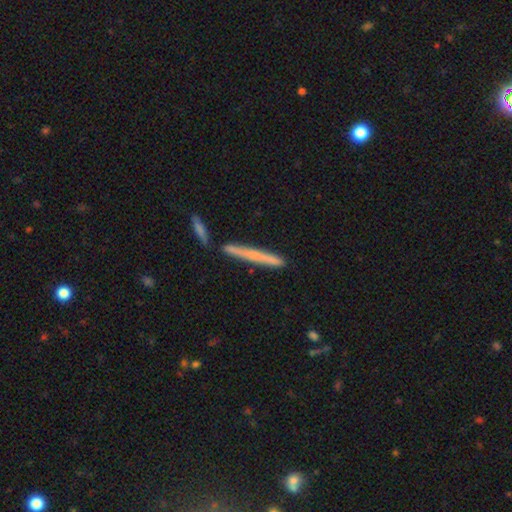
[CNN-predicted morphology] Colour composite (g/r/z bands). It shows a smooth galaxy with no disk features (54%) that is cigar-shaped (96%). Merging: none (82%).